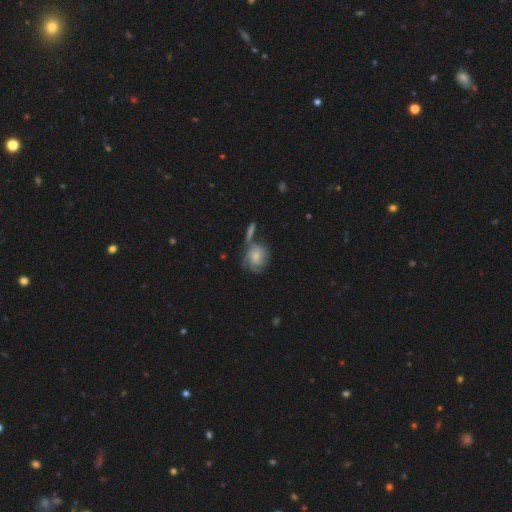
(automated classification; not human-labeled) Smooth or featured? Predicted: smooth (p=0.51). How rounded? Predicted: round (p=0.65). Merging? Predicted: none (p=0.45).